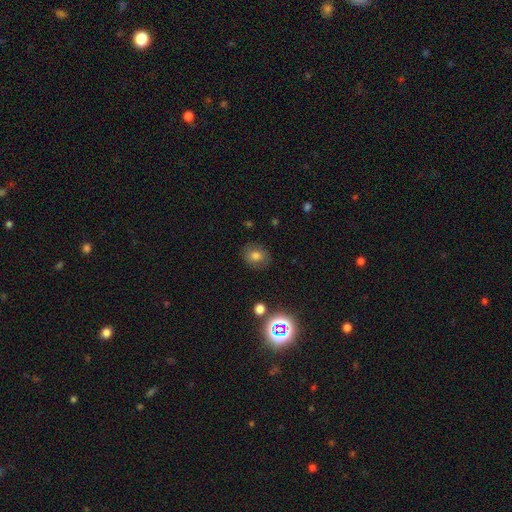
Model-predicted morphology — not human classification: The model was most divided on "how rounded": round: 66%, in between: 33%, cigar-shaped: 1%. More confident: merging — none (84%); smooth or featured — smooth (72%).